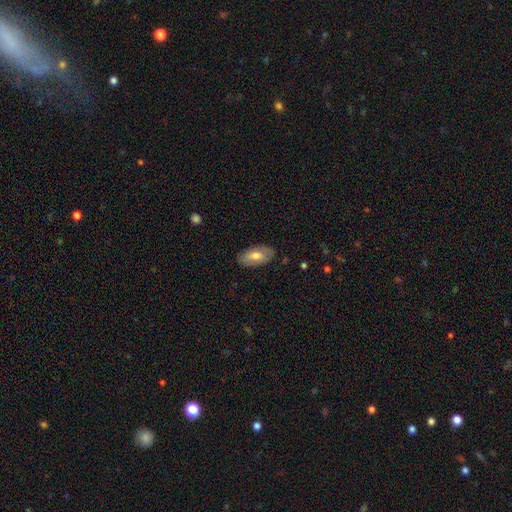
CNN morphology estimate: smooth 65%, featured or disk 29%, star or artifact 6%. Down the decision tree: how rounded — in between (92%); merging — none (84%).